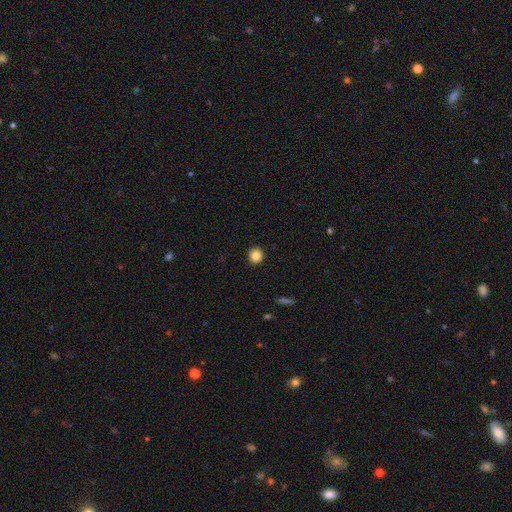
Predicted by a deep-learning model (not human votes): smooth-or-featured: smooth: 84% | star or artifact: 10% | featured or disk: 5%
  how-rounded: round: 91% | in between: 8% | cigar-shaped: 1%
  merging: none: 93% | minor disturbance: 5% | major disturbance: 2% | merger: 1%